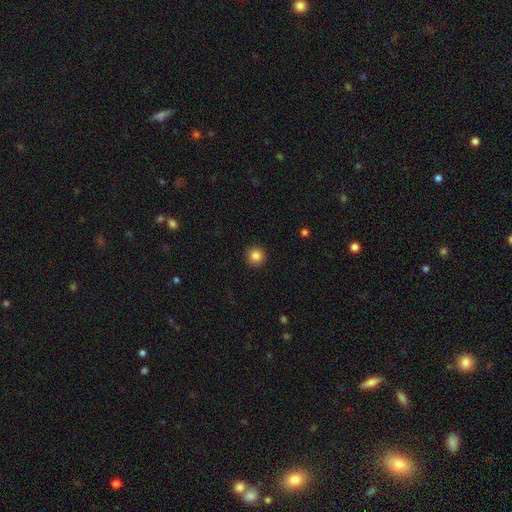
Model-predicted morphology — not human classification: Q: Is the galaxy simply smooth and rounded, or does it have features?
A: smooth — 85%.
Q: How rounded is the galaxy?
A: round — 96%.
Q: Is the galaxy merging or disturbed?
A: none — 93%.